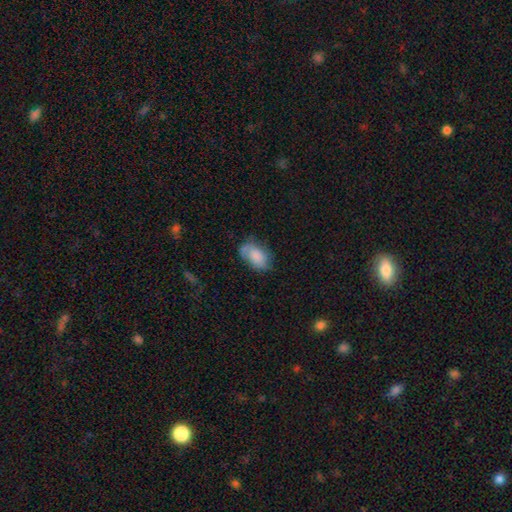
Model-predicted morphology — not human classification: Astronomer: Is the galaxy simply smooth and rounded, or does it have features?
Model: smooth — 77%.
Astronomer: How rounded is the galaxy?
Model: in between — 91%.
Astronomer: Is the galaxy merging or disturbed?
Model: none — 57%.